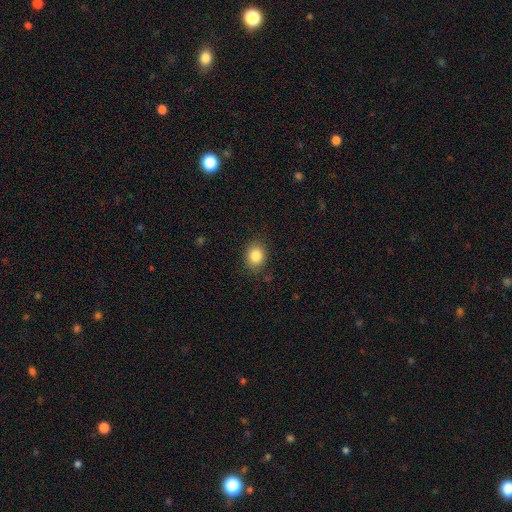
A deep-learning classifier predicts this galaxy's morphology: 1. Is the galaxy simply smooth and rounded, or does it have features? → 84% smooth, 9% star or artifact, 6% featured or disk.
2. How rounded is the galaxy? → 54% round, 45% in between, 1% cigar-shaped.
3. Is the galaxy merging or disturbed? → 84% none, 12% minor disturbance, 3% major disturbance, 1% merger.